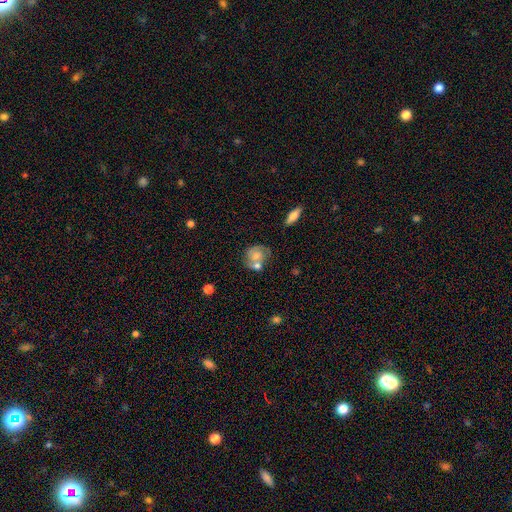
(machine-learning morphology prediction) featured or disk 57%, smooth 35%, star or artifact 8%. Down the decision tree: edge-on disk — no (96%); bar — no (72%); spiral arms — yes (81%); bulge size — moderate (43%); merging — none (42%).